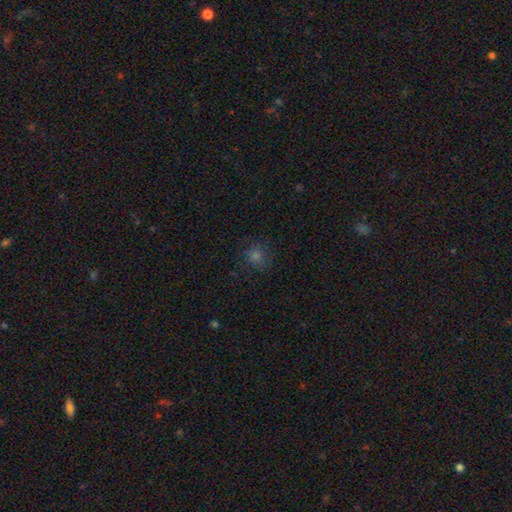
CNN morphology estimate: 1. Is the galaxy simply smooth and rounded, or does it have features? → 68% smooth, 25% star or artifact, 7% featured or disk.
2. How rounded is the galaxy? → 89% round, 10% in between, 1% cigar-shaped.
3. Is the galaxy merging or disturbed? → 85% none, 10% minor disturbance, 4% major disturbance, 1% merger.